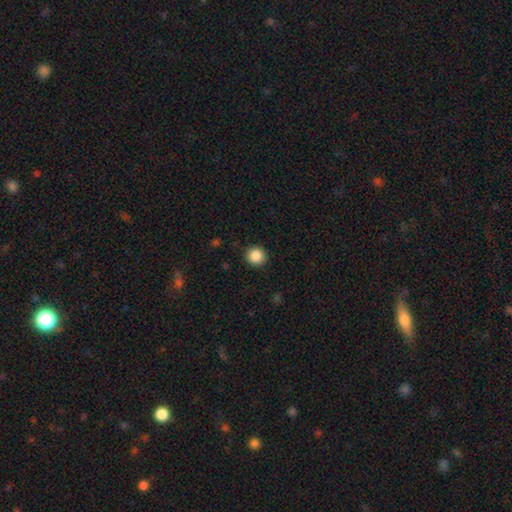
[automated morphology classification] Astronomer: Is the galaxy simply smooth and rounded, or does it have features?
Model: smooth — 87%.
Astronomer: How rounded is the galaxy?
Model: round — 93%.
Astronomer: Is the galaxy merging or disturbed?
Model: none — 91%.